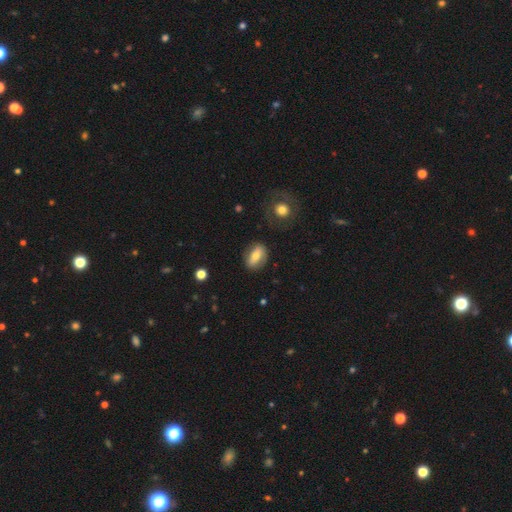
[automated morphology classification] smooth-or-featured: smooth: 64% | featured or disk: 29% | star or artifact: 8%
  how-rounded: in between: 81% | round: 13% | cigar-shaped: 6%
  merging: none: 79% | minor disturbance: 14% | major disturbance: 5% | merger: 2%